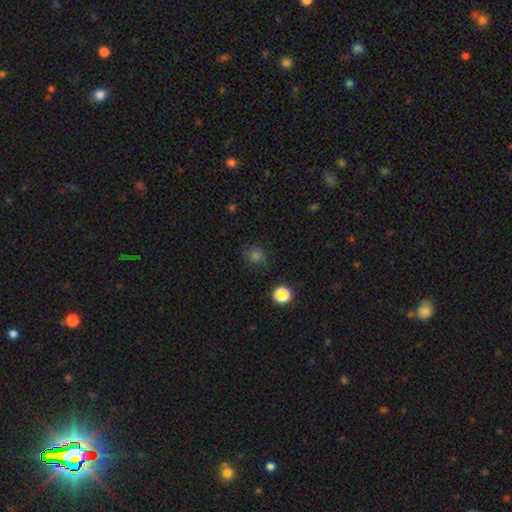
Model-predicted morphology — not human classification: Overall: smooth (67%). How rounded: round (75%). Merging: none (73%).